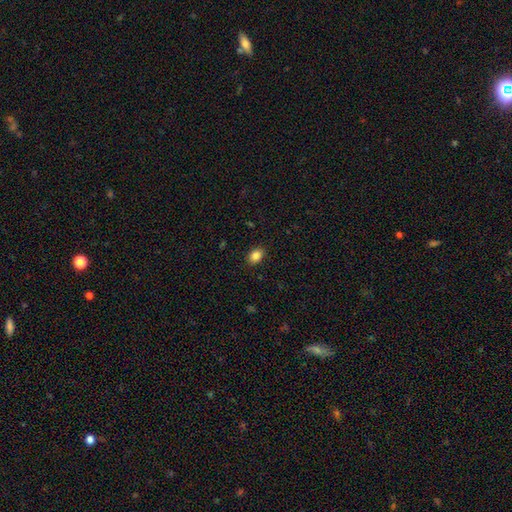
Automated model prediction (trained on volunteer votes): smooth_or_featured: smooth (p=0.86) [alt: star or artifact p=0.09]
how_rounded: in between (p=0.76) [alt: round p=0.23]
merging: none (p=0.89) [alt: minor disturbance p=0.08]